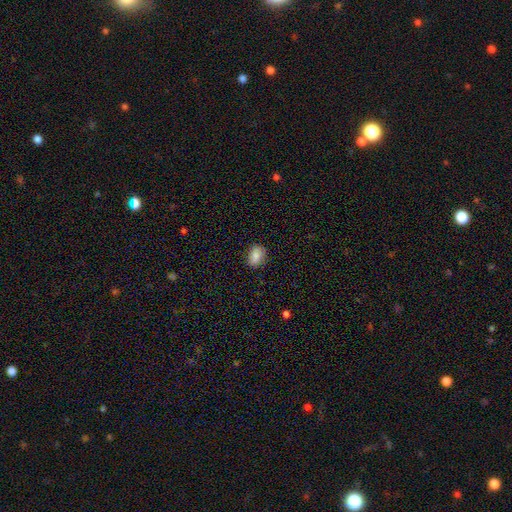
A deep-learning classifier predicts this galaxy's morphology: A smooth galaxy with no disk features (84%) that is in between round and cigar-shaped (74%).

Vote fractions:
- Smooth or featured? smooth: 84% / star or artifact: 8% / featured or disk: 8%
- How rounded? in between: 74% / round: 25% / cigar-shaped: 1%
- Merging? none: 81% / minor disturbance: 15% / major disturbance: 3% / merger: 1%